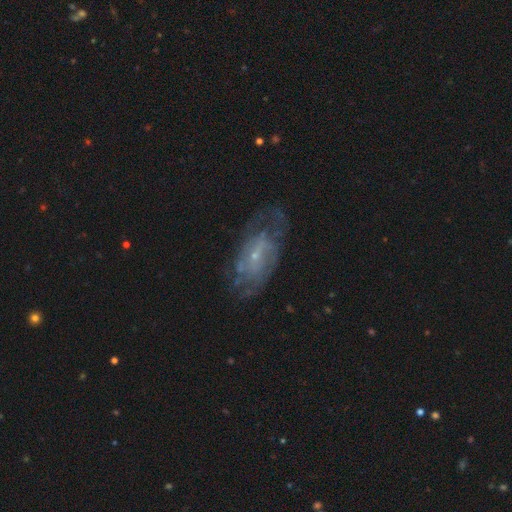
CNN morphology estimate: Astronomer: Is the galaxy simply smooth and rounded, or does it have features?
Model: featured or disk — 72%.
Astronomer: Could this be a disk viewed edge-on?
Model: no — 93%.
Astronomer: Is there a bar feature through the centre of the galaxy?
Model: no — 56% (runner-up: weak, 37%).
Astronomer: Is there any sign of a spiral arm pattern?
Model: yes — 75%.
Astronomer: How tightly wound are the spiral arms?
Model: tight — 44% (runner-up: medium, 38%).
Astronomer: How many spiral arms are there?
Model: can't tell — 55%.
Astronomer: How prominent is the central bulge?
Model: small — 78%.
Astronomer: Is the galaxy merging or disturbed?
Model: none — 61%.